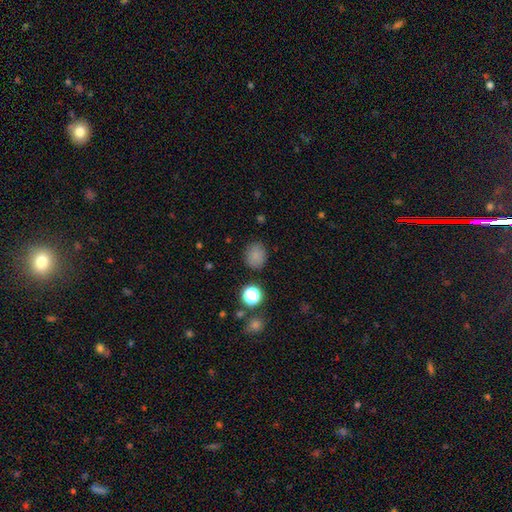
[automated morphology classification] A smooth galaxy with no disk features (80%) that is round (77%). Merging: none (83%).